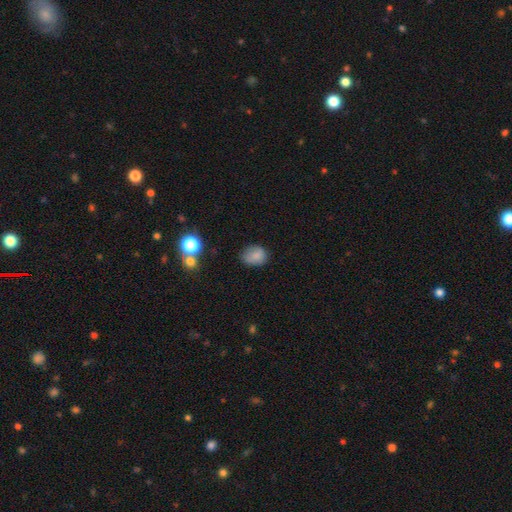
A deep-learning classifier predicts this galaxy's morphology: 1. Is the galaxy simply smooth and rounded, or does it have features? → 83% smooth, 10% star or artifact, 7% featured or disk.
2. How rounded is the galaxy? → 54% in between, 45% round, 1% cigar-shaped.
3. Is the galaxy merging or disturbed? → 67% none, 24% minor disturbance, 6% major disturbance, 3% merger.